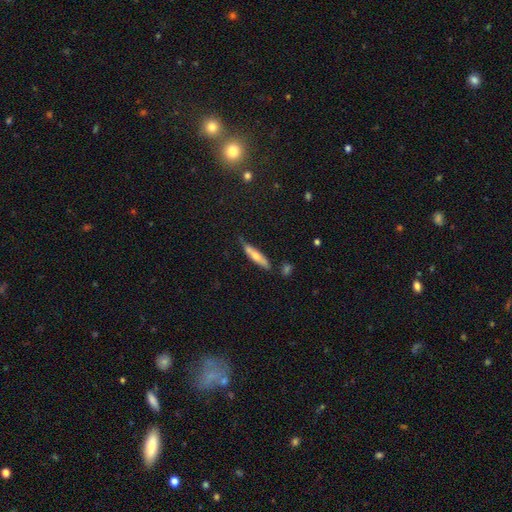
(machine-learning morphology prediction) type=smooth (57%); roundness=cigar-shaped (83%); merging=none (66%).